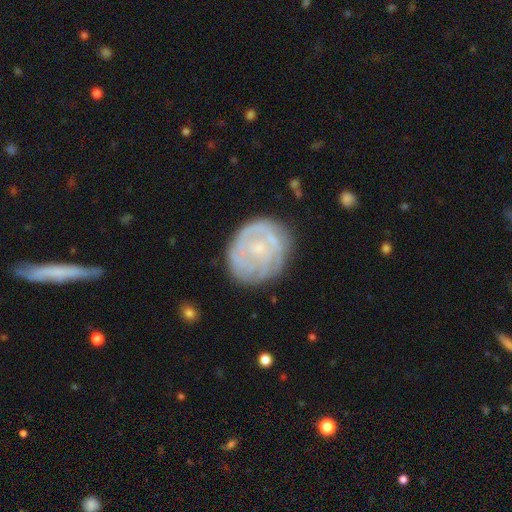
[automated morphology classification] Smooth or featured? featured or disk (63%)
Edge-on disk? no (97%)
Bar? no (73%)
Spiral arms? yes (70%)
Bulge size? small (70%)
Merging? none (73%)